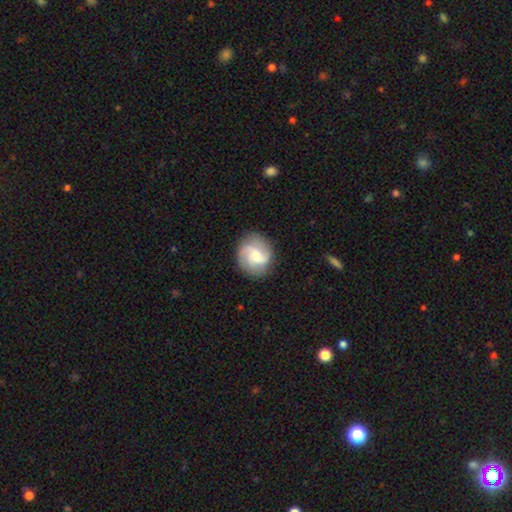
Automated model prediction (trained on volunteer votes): Smooth or featured? Predicted: featured or disk (p=0.69). Edge-on disk? Predicted: no (p=0.98). Bar? Predicted: weak (p=0.48). Spiral arms? Predicted: yes (p=0.95). Spiral winding? Predicted: medium (p=0.46). Spiral arm count? Predicted: 2 (p=0.41). Bulge size? Predicted: moderate (p=0.45). Merging? Predicted: none (p=0.81).